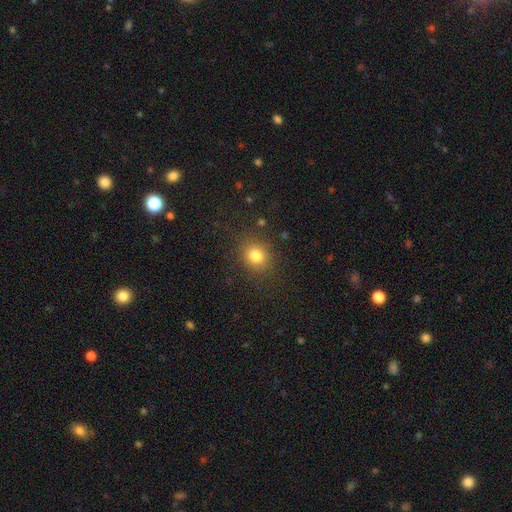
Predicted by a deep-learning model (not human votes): smooth-or-featured: smooth: 80% | star or artifact: 14% | featured or disk: 7%
  how-rounded: round: 74% | in between: 25% | cigar-shaped: 1%
  merging: none: 85% | minor disturbance: 9% | major disturbance: 4% | merger: 2%